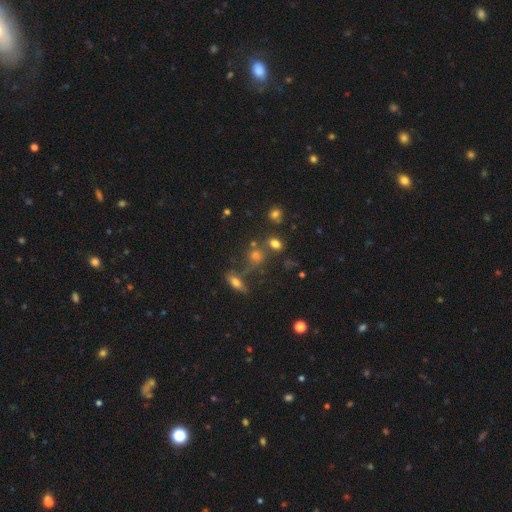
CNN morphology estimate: smooth-or-featured: smooth: 61% | star or artifact: 26% | featured or disk: 13%
  how-rounded: round: 70% | in between: 27% | cigar-shaped: 4%
  merging: none: 62% | merger: 21% | minor disturbance: 11% | major disturbance: 6%